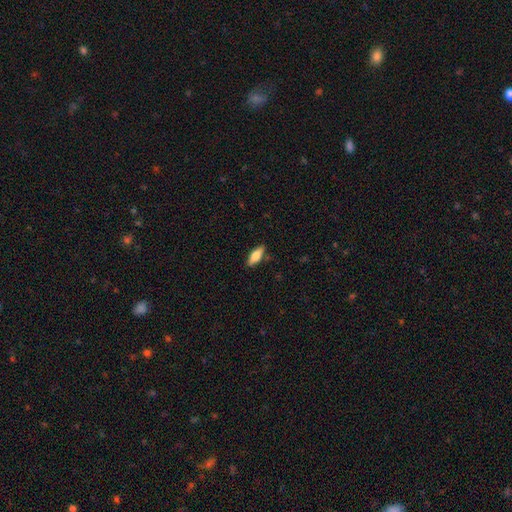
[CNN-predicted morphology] smooth_or_featured: smooth (p=0.70) [alt: featured or disk p=0.24]
how_rounded: in between (p=0.70) [alt: cigar-shaped p=0.27]
merging: none (p=0.85) [alt: minor disturbance p=0.11]